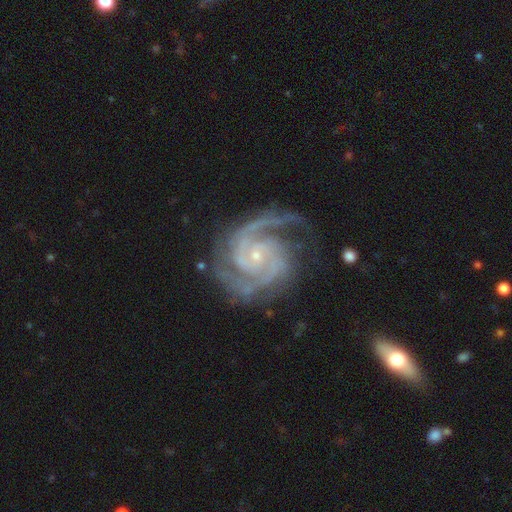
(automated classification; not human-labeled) smooth_or_featured: featured or disk (p=0.93) [alt: star or artifact p=0.04]
disk_edge_on: no (p=0.98) [alt: yes p=0.02]
bar: no (p=0.68) [alt: weak p=0.24]
has_spiral_arms: yes (p=0.99) [alt: no p=0.01]
spiral_winding: tight (p=0.51) [alt: medium p=0.44]
spiral_arm_count: 2 (p=0.55) [alt: 3 p=0.23]
bulge_size: small (p=0.82) [alt: moderate p=0.14]
merging: none (p=0.73) [alt: minor disturbance p=0.18]